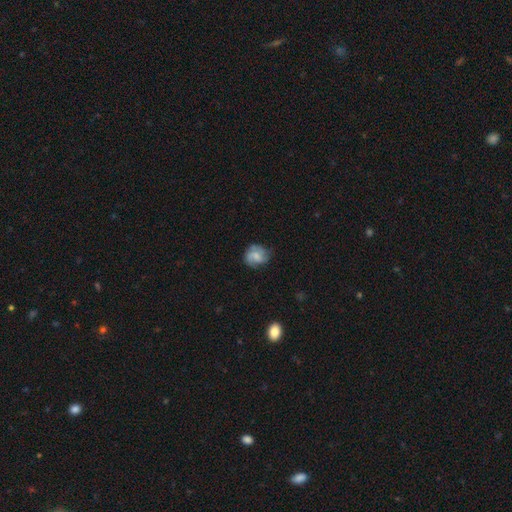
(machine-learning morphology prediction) The model was most divided on "smooth or featured": featured or disk: 48%, smooth: 43%, star or artifact: 8%. More confident: merging — none (70%).